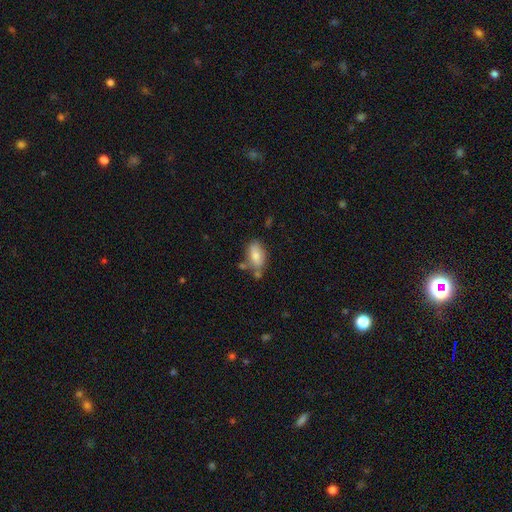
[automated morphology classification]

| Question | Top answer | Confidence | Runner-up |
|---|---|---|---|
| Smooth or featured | smooth | 73% | featured or disk (18%) |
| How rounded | in between | 89% | round (6%) |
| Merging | none | 62% | minor disturbance (20%) |